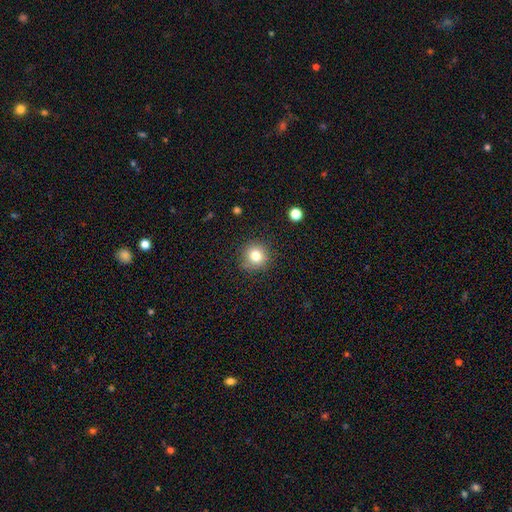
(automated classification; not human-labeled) A smooth galaxy with no disk features (80%) that is round (92%).

Vote fractions:
- Smooth or featured? smooth: 80% / star or artifact: 12% / featured or disk: 8%
- How rounded? round: 92% / in between: 7% / cigar-shaped: 1%
- Merging? none: 86% / minor disturbance: 9% / major disturbance: 3% / merger: 1%